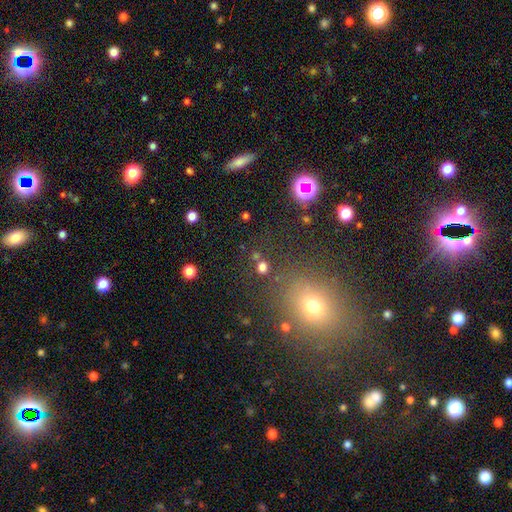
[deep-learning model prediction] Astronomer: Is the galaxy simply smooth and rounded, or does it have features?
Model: smooth — 48% (runner-up: star or artifact, 40%).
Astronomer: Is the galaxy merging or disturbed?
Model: none — 77%.